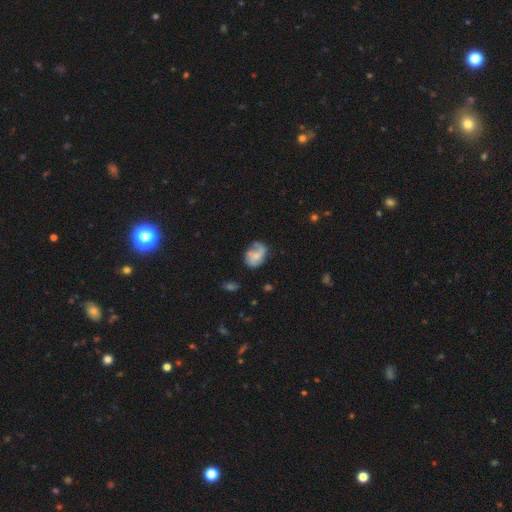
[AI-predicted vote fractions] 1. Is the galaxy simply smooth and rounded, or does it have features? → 48% featured or disk, 44% smooth, 8% star or artifact.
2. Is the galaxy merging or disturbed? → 45% none, 31% minor disturbance, 20% major disturbance, 5% merger.